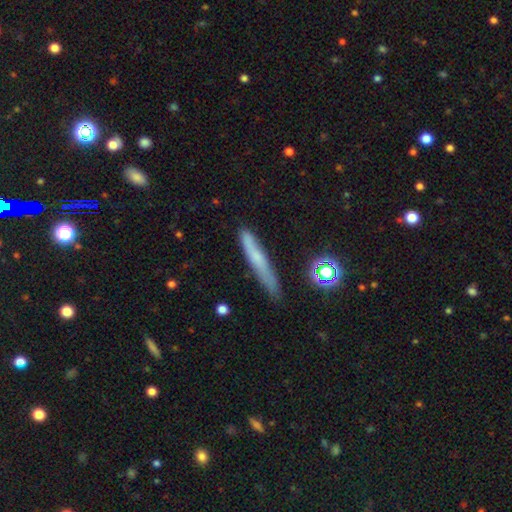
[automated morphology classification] This is possibly a smooth galaxy (56%). How rounded: clearly cigar-shaped (93%). Merging: likely none (73%).